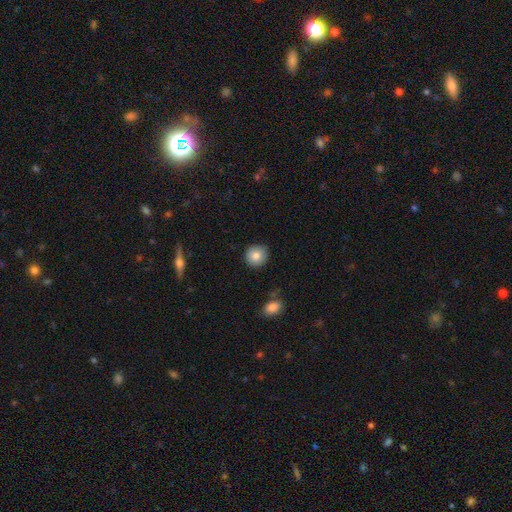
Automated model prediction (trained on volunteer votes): Q: Smooth or featured?
A: smooth (83%); runner-up: featured or disk (9%)
Q: How rounded?
A: round (92%); runner-up: in between (7%)
Q: Merging?
A: none (88%); runner-up: minor disturbance (9%)